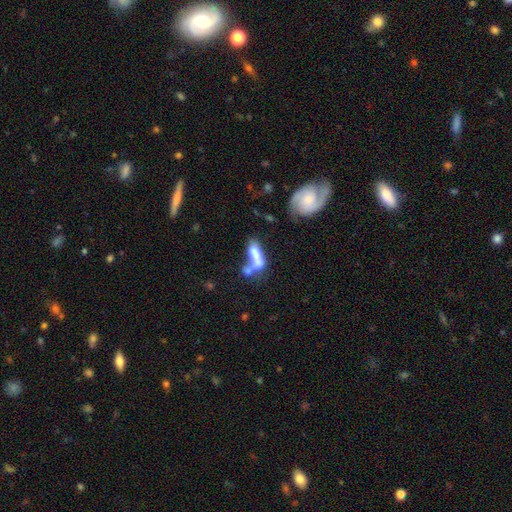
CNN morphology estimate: smooth-or-featured: smooth: 56% | featured or disk: 34% | star or artifact: 10%
  how-rounded: in between: 58% | cigar-shaped: 38% | round: 4%
  merging: merger: 56% | none: 17% | major disturbance: 15% | minor disturbance: 11%